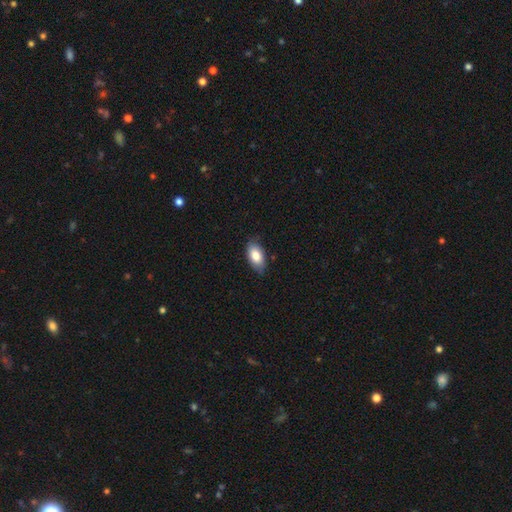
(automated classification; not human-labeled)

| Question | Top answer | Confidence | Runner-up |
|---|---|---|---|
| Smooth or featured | smooth | 82% | featured or disk (12%) |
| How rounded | in between | 93% | round (4%) |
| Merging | none | 82% | minor disturbance (15%) |